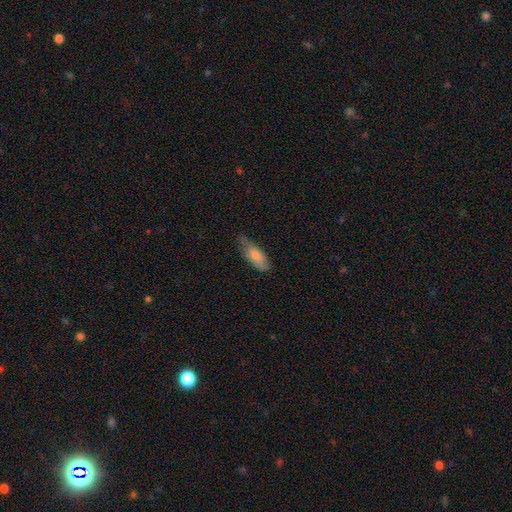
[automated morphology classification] Smooth or featured? smooth (75%)
How rounded? in between (77%)
Merging? none (57%)